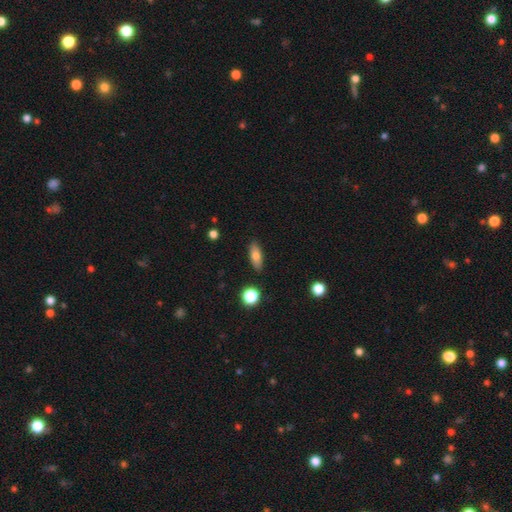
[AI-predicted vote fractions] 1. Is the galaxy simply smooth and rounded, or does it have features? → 74% smooth, 18% featured or disk, 8% star or artifact.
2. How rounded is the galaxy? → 72% in between, 23% cigar-shaped, 5% round.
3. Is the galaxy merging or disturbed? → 88% none, 9% minor disturbance, 2% major disturbance, 2% merger.